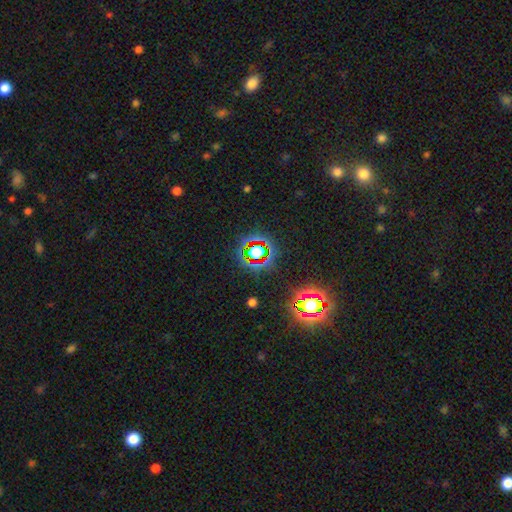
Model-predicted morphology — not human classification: Smooth or featured?
  - star or artifact: 67% *
  - smooth: 22%
  - featured or disk: 11%